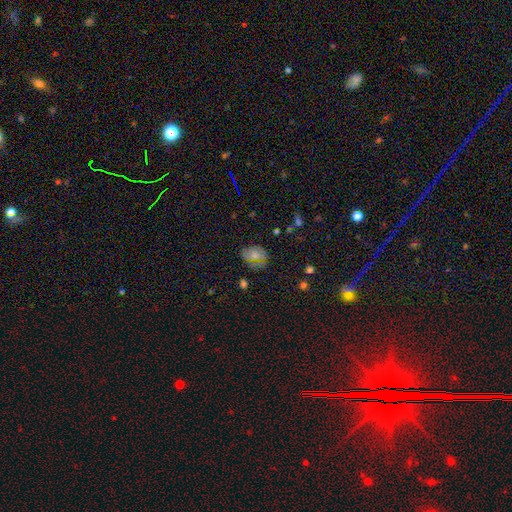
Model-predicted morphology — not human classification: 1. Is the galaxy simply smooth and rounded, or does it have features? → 37% smooth, 36% featured or disk, 26% star or artifact.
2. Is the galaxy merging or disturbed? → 70% none, 19% minor disturbance, 8% major disturbance, 3% merger.